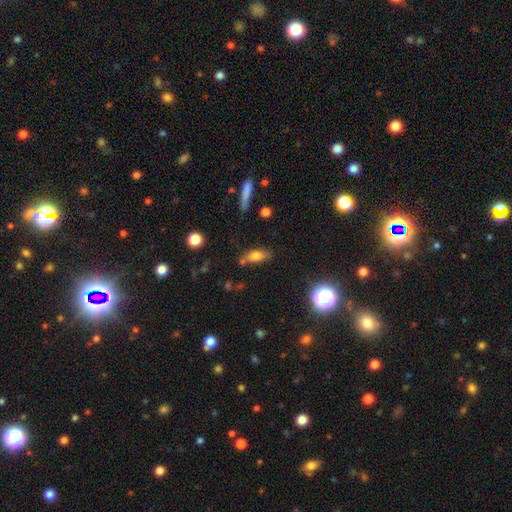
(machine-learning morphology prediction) Overall: smooth (70%). How rounded: in between (70%). Merging: none (69%).